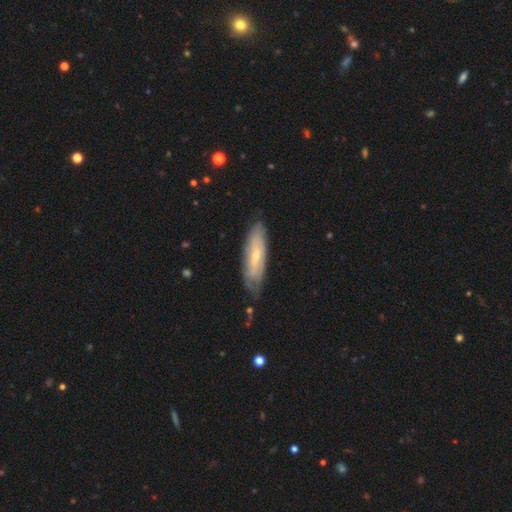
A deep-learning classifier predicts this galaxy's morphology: This appears to be a featured or disk galaxy (54%). Merging: none (69%).